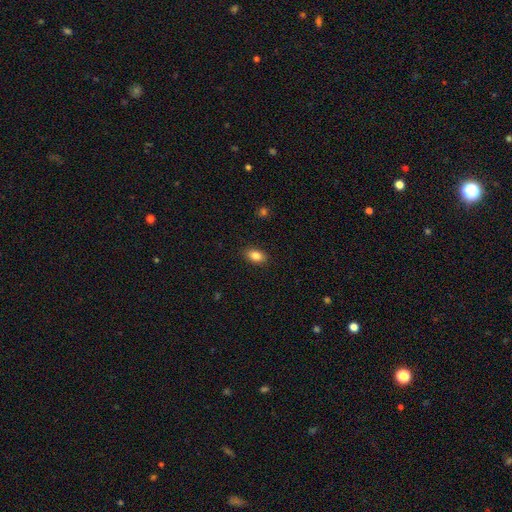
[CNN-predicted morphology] A smooth galaxy with no disk features (84%) that is in between round and cigar-shaped (88%). Merging: none (88%).